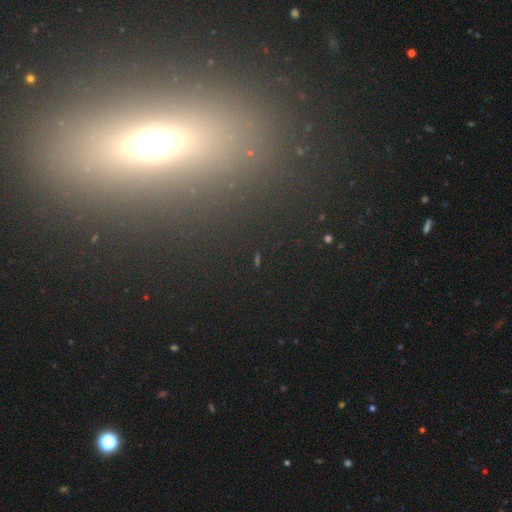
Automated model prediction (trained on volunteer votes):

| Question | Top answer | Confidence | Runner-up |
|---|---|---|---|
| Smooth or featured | smooth | 41% | star or artifact (30%) |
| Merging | none | 85% | minor disturbance (8%) |